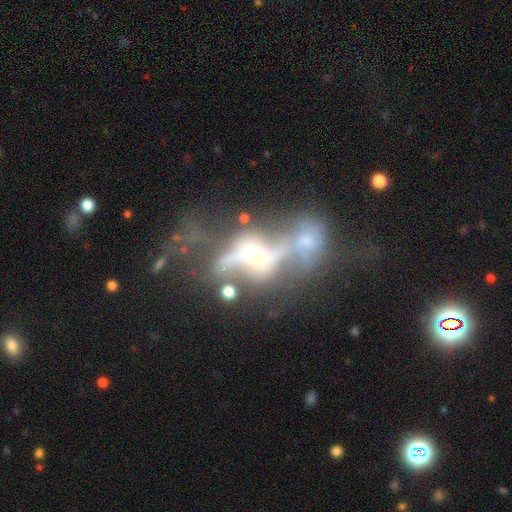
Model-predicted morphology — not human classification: Smooth or featured? Predicted: featured or disk (p=0.76). Edge-on disk? Predicted: no (p=0.80). Bar? Predicted: no (p=0.53). Spiral arms? Predicted: yes (p=0.59). Bulge size? Predicted: moderate (p=0.49). Merging? Predicted: merger (p=0.54).